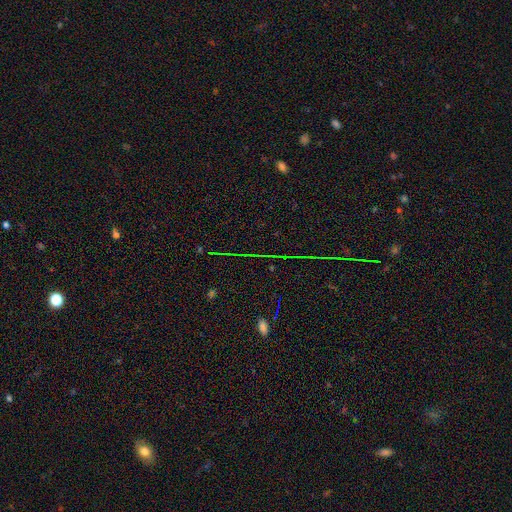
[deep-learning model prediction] This is likely a star or artifact rather than a galaxy (76%).